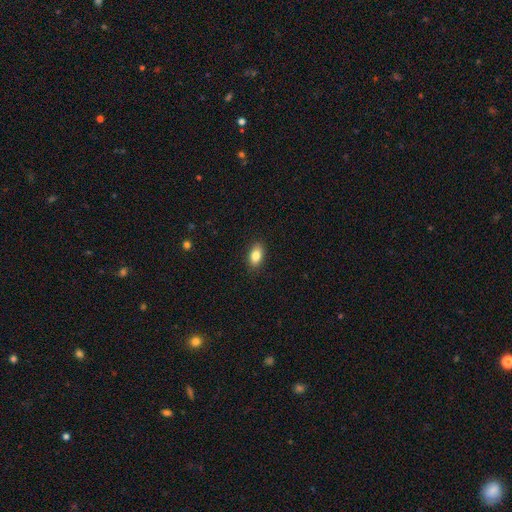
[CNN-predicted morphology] This appears to be a smooth galaxy with no disk features (83%) that is in between round and cigar-shaped (88%). Merging: none (89%).